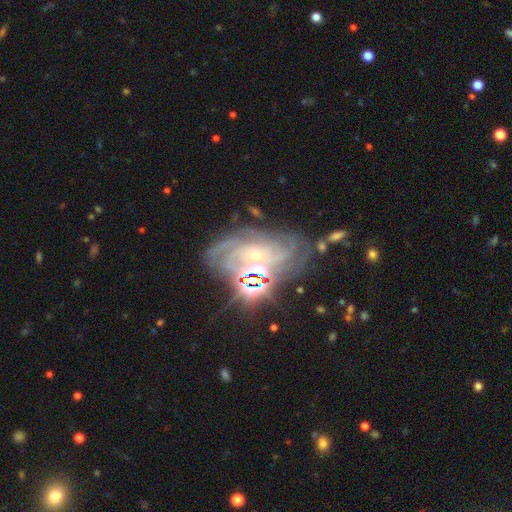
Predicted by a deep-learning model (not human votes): Morphology: type=featured or disk (76%); edge-on=no (96%); bar=no (61%); spiral arms=yes (96%); winding=tight (69%); arm count=can't tell (29%); bulge=small (70%); merging=none (62%).